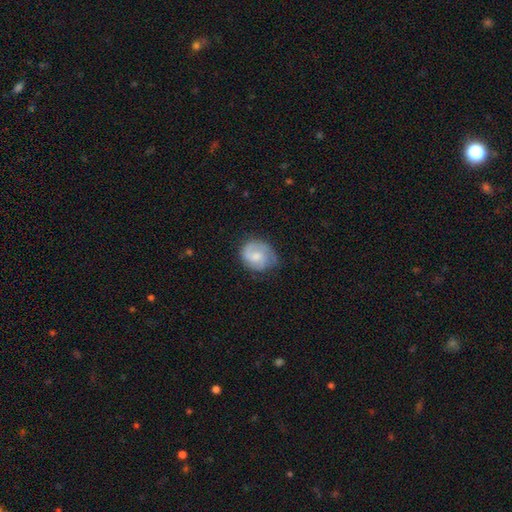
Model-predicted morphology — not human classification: smooth-or-featured: featured or disk: 61% | smooth: 33% | star or artifact: 7%
  disk-edge-on: no: 98% | yes: 2%
    bar: no: 50% | weak: 44% | strong: 6%
    has-spiral-arms: yes: 91% | no: 9%
      spiral-winding: medium: 45% | tight: 36% | loose: 19%
      spiral-arm-count: 2: 68% | 1: 12% | can't tell: 12% | 3: 5% | 4: 1% | more than 4: 1%
    bulge-size: moderate: 41% | small: 40% | none: 13% | large: 5% | dominant: 1%
  merging: none: 67% | minor disturbance: 23% | major disturbance: 8% | merger: 1%